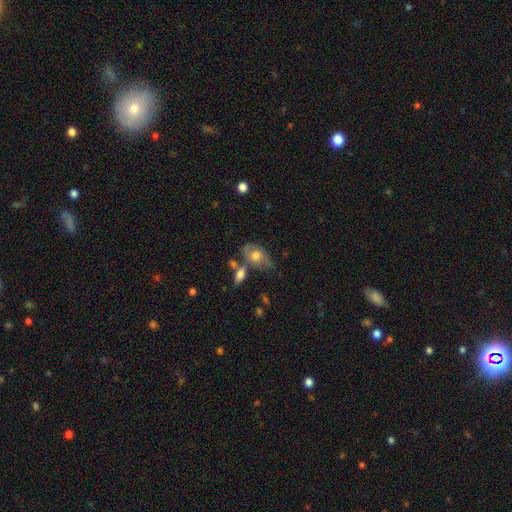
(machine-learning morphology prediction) Smooth or featured: smooth — 56% (featured or disk — 36%)
How rounded: in between — 79% (round — 18%)
Merging: none — 43% (minor disturbance — 26%)